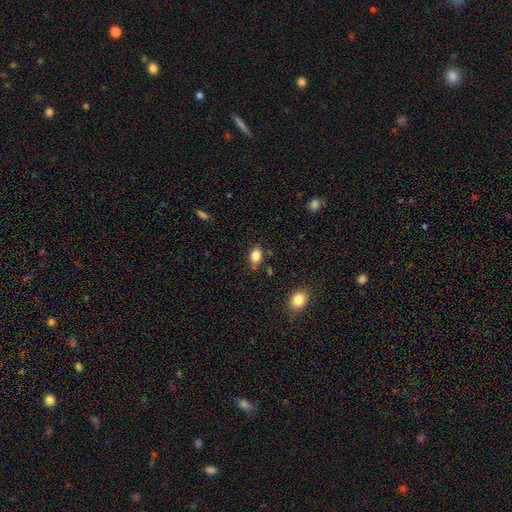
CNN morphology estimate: This appears to be a smooth galaxy with no disk features (84%) that is in between round and cigar-shaped (84%). Merging: none (78%).